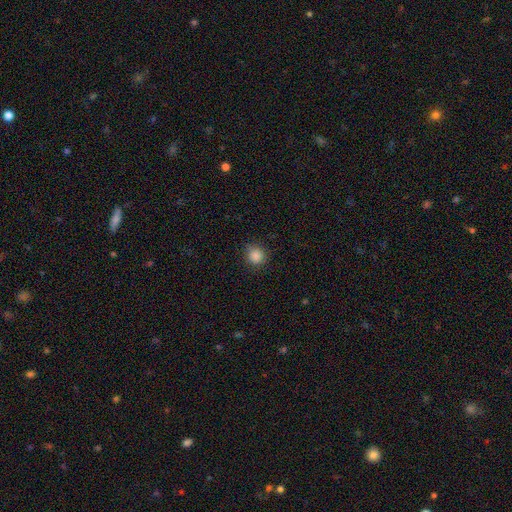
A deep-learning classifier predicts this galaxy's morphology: smooth-or-featured: smooth: 86% | star or artifact: 11% | featured or disk: 3%
  how-rounded: round: 93% | in between: 6% | cigar-shaped: 1%
  merging: none: 86% | minor disturbance: 10% | major disturbance: 3% | merger: 1%